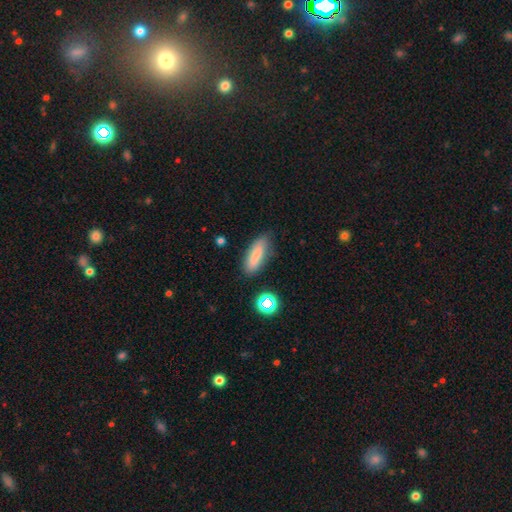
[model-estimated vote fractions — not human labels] This is likely a smooth galaxy (80%). How rounded: possibly in between (54%). Merging: likely none (78%).